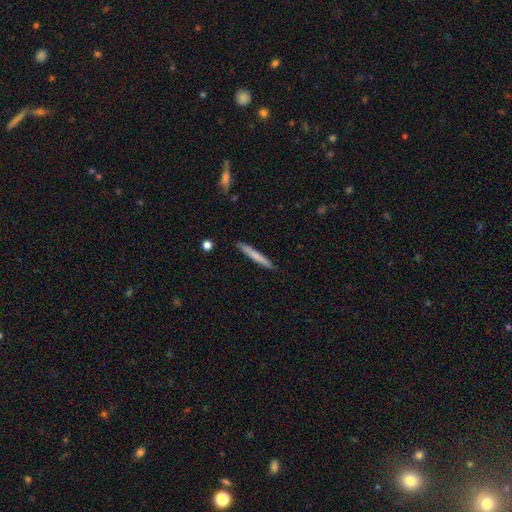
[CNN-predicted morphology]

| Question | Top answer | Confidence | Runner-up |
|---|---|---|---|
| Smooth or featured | smooth | 70% | featured or disk (24%) |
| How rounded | cigar-shaped | 96% | in between (3%) |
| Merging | none | 89% | minor disturbance (8%) |